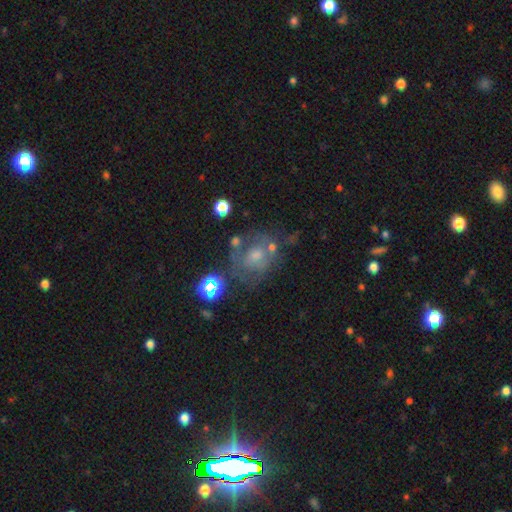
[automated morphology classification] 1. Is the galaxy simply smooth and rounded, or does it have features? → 48% featured or disk, 28% smooth, 25% star or artifact.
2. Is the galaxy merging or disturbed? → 57% none, 19% minor disturbance, 14% major disturbance, 11% merger.